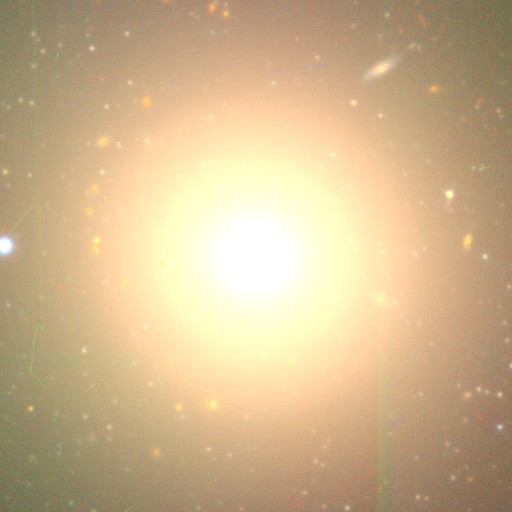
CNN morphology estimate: The model was most divided on "smooth or featured": smooth: 57%, star or artifact: 27%, featured or disk: 16%. More confident: merging — none (84%); how rounded — round (73%).